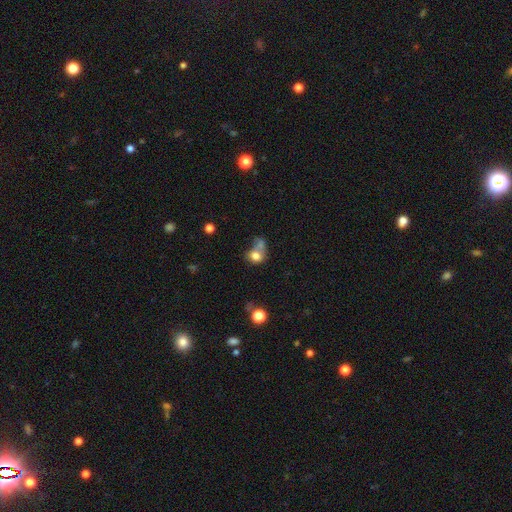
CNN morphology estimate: Overall: smooth (72%). How rounded: round (53%; in between 45%). Merging: merger (47%; none 24%).